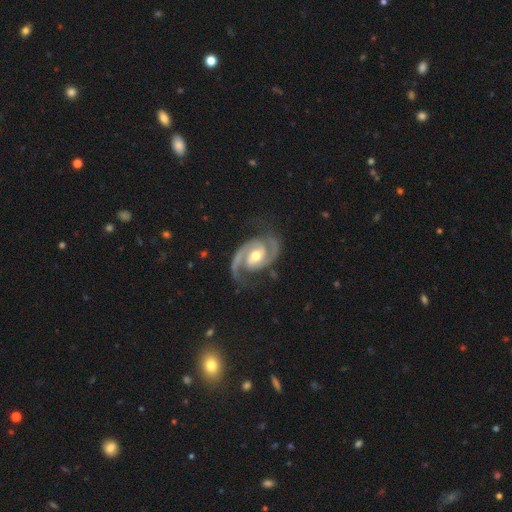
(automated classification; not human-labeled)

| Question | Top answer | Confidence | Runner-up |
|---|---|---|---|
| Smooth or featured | featured or disk | 94% | star or artifact (4%) |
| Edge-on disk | no | 98% | yes (2%) |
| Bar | weak | 41% | no (39%) |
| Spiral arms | yes | 98% | no (2%) |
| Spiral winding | medium | 57% | tight (32%) |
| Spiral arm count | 2 | 93% | 3 (2%) |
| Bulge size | moderate | 73% | small (20%) |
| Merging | none | 78% | minor disturbance (15%) |